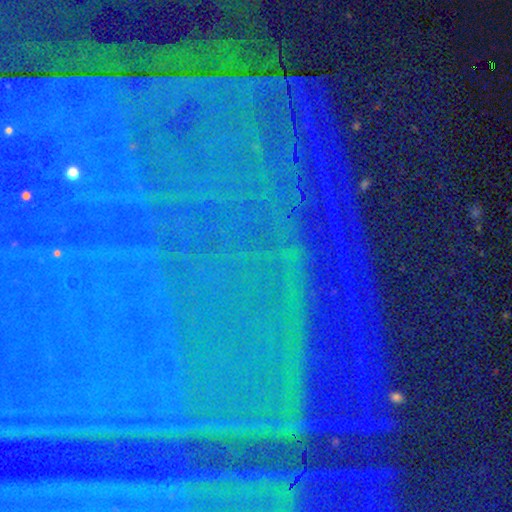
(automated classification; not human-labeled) A star or artifact, not a galaxy (86%).

Vote fractions:
- Smooth or featured? star or artifact: 86% / featured or disk: 8% / smooth: 6%